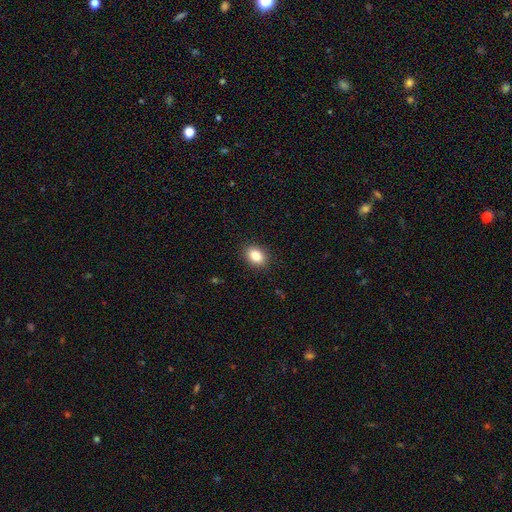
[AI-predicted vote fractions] Smooth or featured? smooth (85%)
How rounded? in between (76%)
Merging? none (89%)